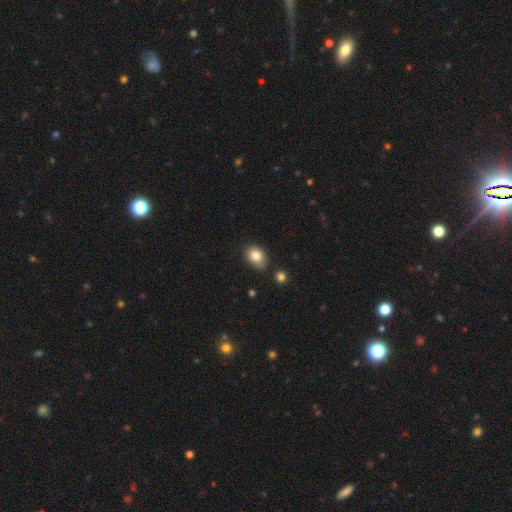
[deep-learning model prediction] Smooth or featured?
  - smooth: 83% *
  - star or artifact: 9%
  - featured or disk: 8%
How rounded?
  - in between: 66% *
  - round: 33%
  - cigar-shaped: 1%
Merging?
  - none: 69% *
  - minor disturbance: 22%
  - merger: 5%
  - major disturbance: 4%